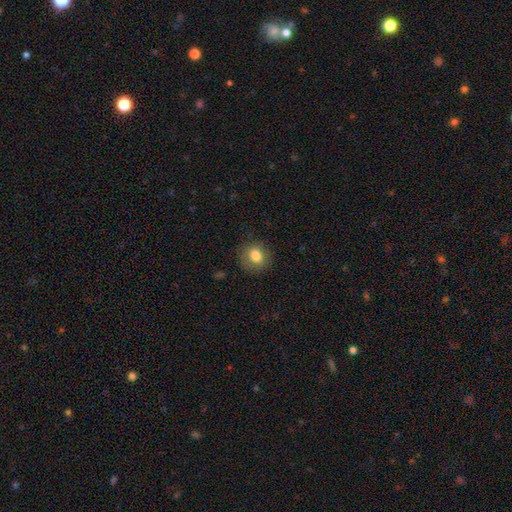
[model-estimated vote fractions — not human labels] smooth 80%, featured or disk 10%, star or artifact 9%. Down the decision tree: how rounded — round (79%); merging — none (84%).